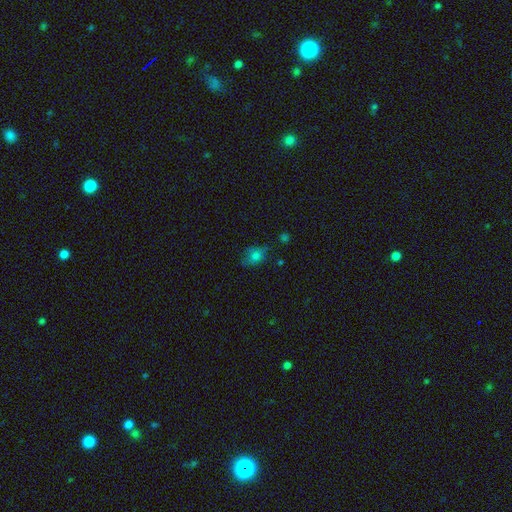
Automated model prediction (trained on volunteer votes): smooth 73%, featured or disk 14%, star or artifact 13%. Down the decision tree: how rounded — in between (63%); merging — none (57%).